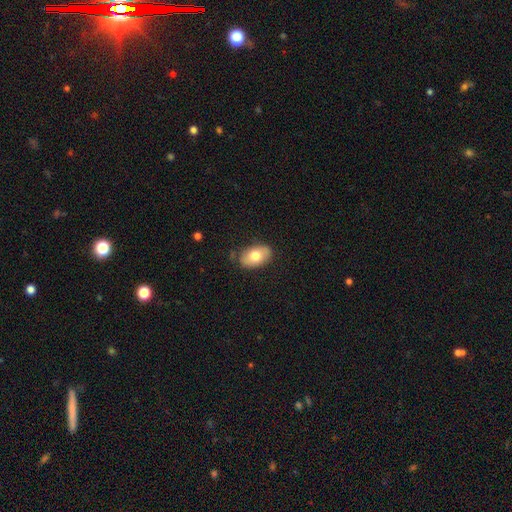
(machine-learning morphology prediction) The model was most divided on "smooth or featured": smooth: 73%, featured or disk: 20%, star or artifact: 7%. More confident: how rounded — in between (91%); merging — none (80%).